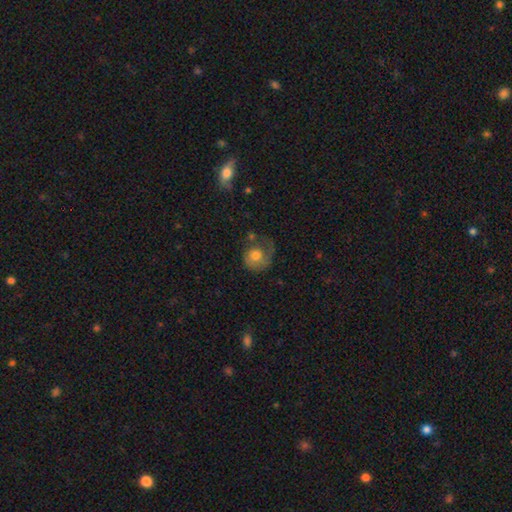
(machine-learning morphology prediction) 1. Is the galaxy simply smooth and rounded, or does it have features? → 52% smooth, 40% featured or disk, 8% star or artifact.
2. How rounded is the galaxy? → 77% round, 22% in between, 1% cigar-shaped.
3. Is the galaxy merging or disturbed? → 37% none, 35% major disturbance, 22% minor disturbance, 6% merger.